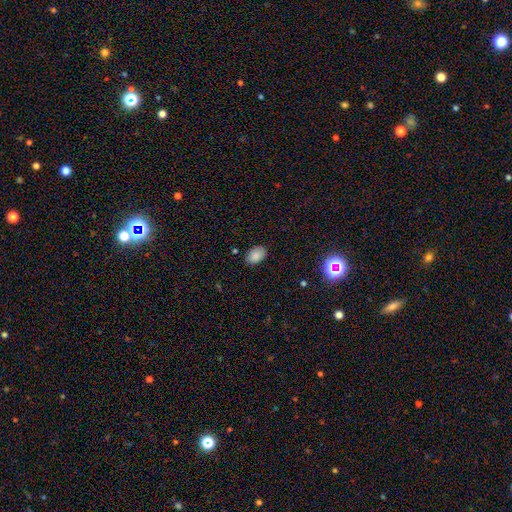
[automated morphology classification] Q: Smooth or featured?
A: smooth (85%); runner-up: star or artifact (10%)
Q: How rounded?
A: in between (87%); runner-up: round (12%)
Q: Merging?
A: none (83%); runner-up: minor disturbance (13%)